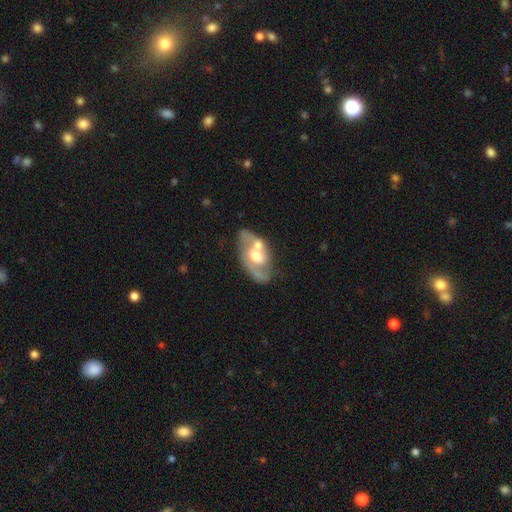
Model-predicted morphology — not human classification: smooth-or-featured: featured or disk: 71% | smooth: 24% | star or artifact: 6%
  disk-edge-on: no: 93% | yes: 7%
    bar: no: 56% | weak: 34% | strong: 10%
    has-spiral-arms: yes: 65% | no: 35%
    bulge-size: moderate: 68% | large: 15% | small: 13% | none: 2% | dominant: 1%
  merging: none: 42% | merger: 28% | minor disturbance: 19% | major disturbance: 10%